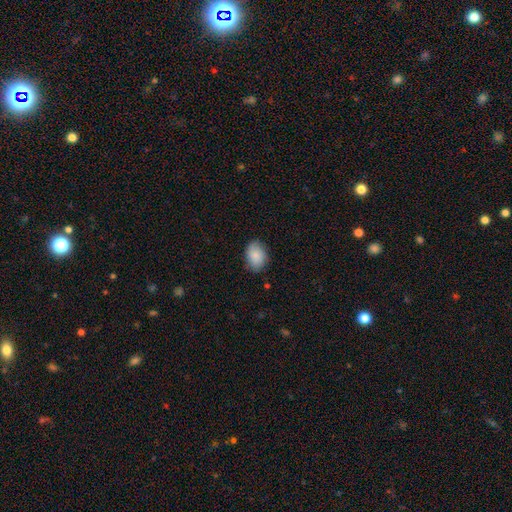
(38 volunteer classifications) Smooth or featured? 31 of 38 (82%) said smooth. How rounded? 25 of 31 (81%) said in between. Merging? 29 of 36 (81%) said none.